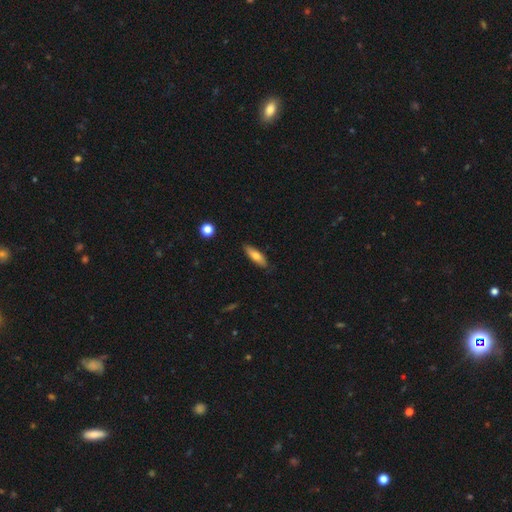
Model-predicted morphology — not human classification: Smooth or featured? Predicted: smooth (p=0.70). How rounded? Predicted: cigar-shaped (p=0.51). Merging? Predicted: none (p=0.85).